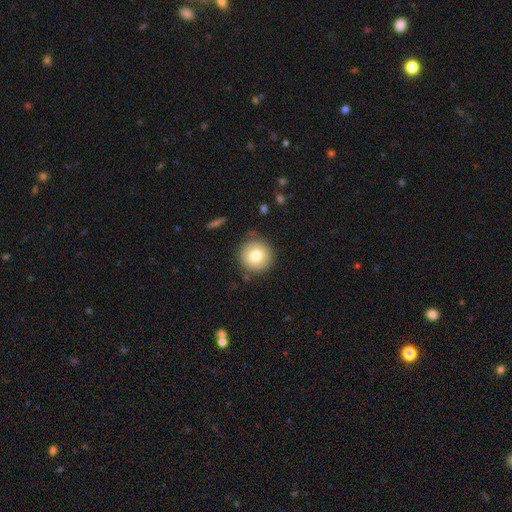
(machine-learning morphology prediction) A smooth galaxy with no disk features (76%) that is round (94%). Merging: none (83%).